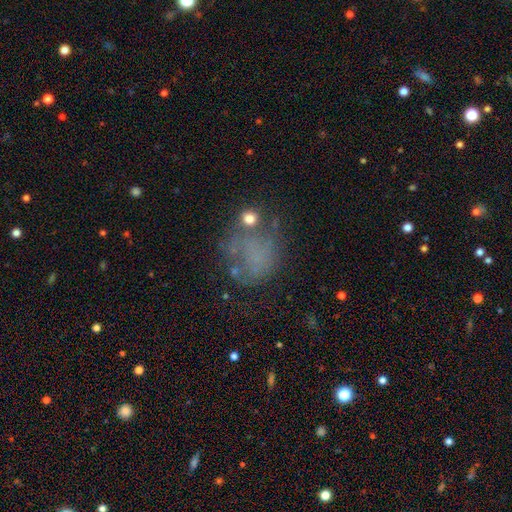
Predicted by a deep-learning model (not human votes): Overall: smooth (46%; featured or disk 33%). Merging: none (47%; major disturbance 24%).